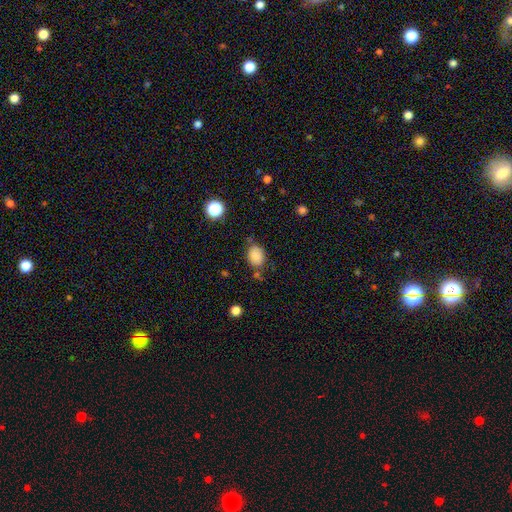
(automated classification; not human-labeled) smooth-or-featured: smooth: 84% | star or artifact: 10% | featured or disk: 6%
  how-rounded: in between: 61% | round: 38% | cigar-shaped: 1%
  merging: none: 69% | minor disturbance: 19% | merger: 6% | major disturbance: 5%